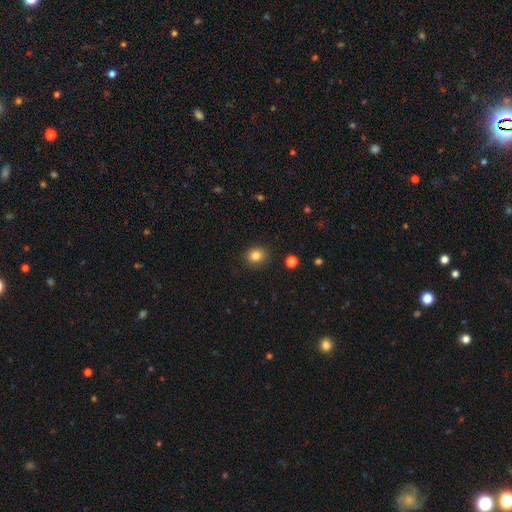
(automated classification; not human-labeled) smooth_or_featured: smooth (p=0.83) [alt: star or artifact p=0.11]
how_rounded: round (p=0.81) [alt: in between p=0.18]
merging: none (p=0.90) [alt: minor disturbance p=0.07]